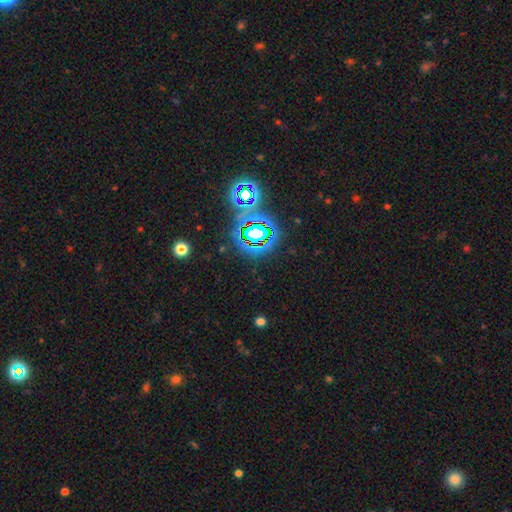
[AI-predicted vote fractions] This appears to be a star or artifact, not a galaxy (76%).